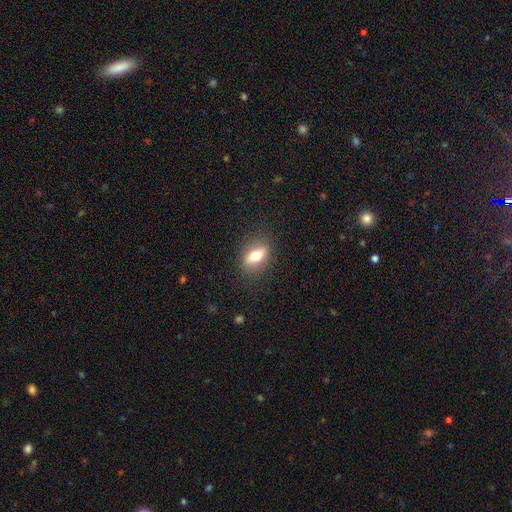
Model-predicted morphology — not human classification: Q: Smooth or featured?
A: smooth (62%); runner-up: featured or disk (30%)
Q: How rounded?
A: in between (73%); runner-up: round (15%)
Q: Merging?
A: none (84%); runner-up: minor disturbance (11%)